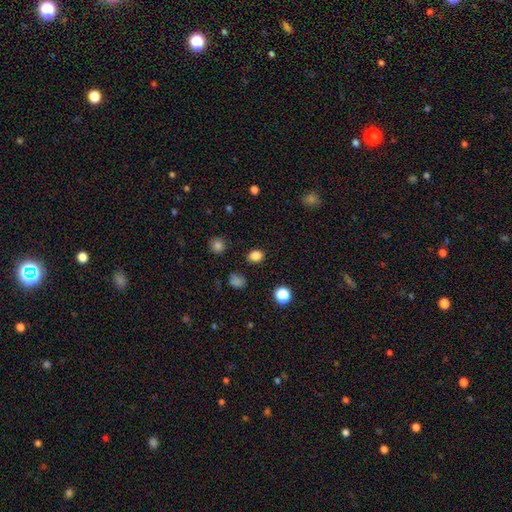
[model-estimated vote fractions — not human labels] Morphology: type=smooth (82%); roundness=round (52%); merging=none (87%).